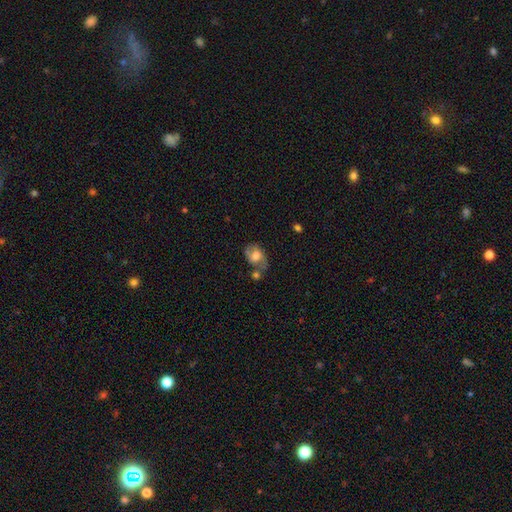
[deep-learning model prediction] A smooth galaxy with no disk features (55%) that is in between round and cigar-shaped (70%).

Vote fractions:
- Smooth or featured? smooth: 55% / featured or disk: 37% / star or artifact: 8%
- How rounded? in between: 70% / round: 29% / cigar-shaped: 1%
- Merging? none: 40% / merger: 24% / minor disturbance: 23% / major disturbance: 13%